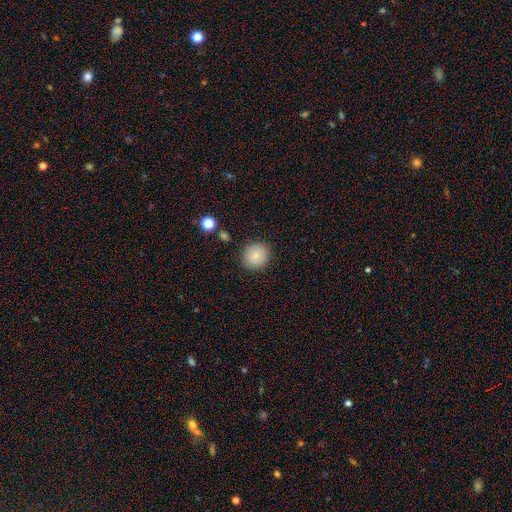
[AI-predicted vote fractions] Morphology: type=smooth (86%); roundness=round (86%); merging=none (88%).